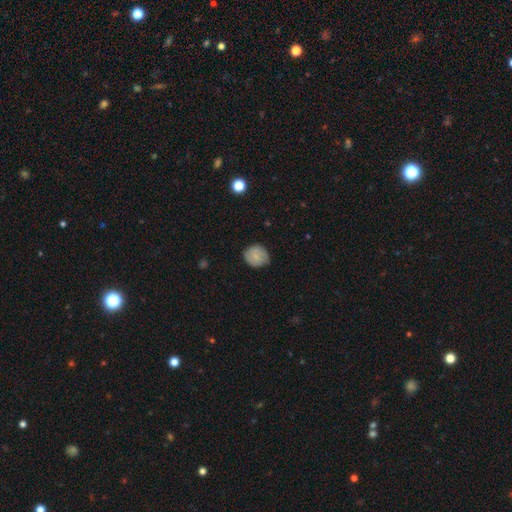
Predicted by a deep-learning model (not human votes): Overall: smooth (67%). How rounded: round (79%). Merging: none (75%).